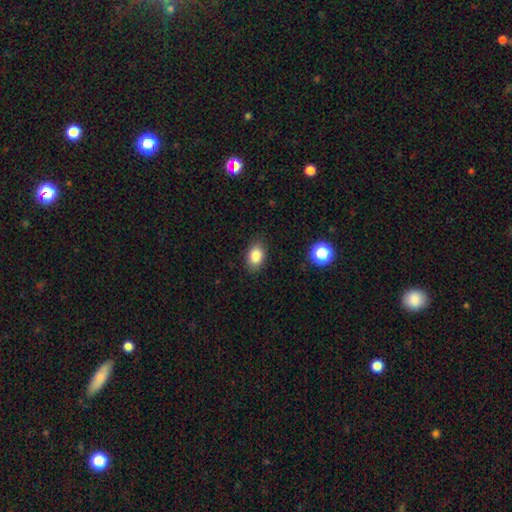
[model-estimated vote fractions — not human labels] Morphology: type=smooth (84%); roundness=in between (78%); merging=none (85%).